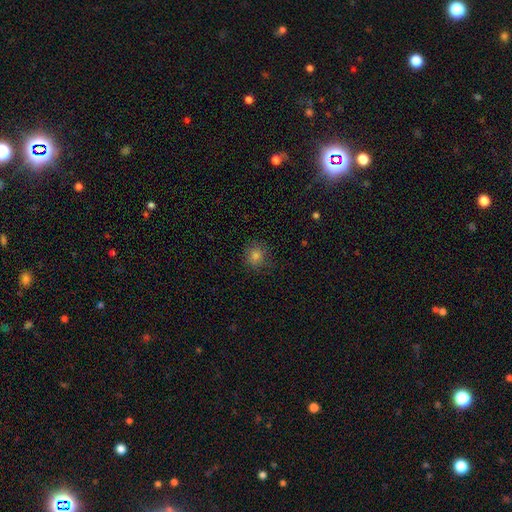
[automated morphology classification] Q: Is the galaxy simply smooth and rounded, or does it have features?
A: smooth — 74%.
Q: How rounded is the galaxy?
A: round — 88%.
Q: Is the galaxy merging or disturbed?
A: none — 84%.